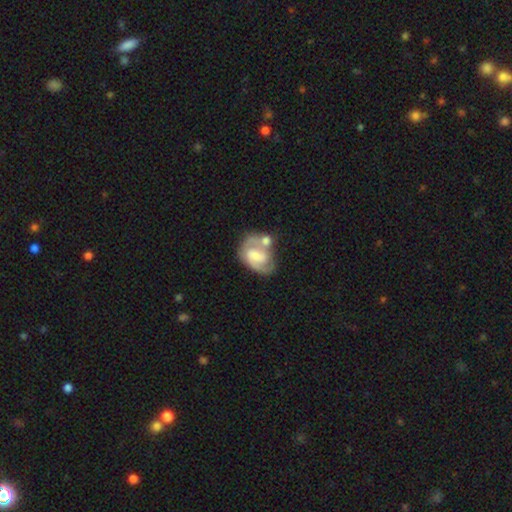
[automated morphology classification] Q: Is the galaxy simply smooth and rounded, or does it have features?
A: featured or disk — 73%.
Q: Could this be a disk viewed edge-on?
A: no — 97%.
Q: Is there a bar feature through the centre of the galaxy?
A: weak — 49%.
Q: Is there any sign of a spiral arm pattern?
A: yes — 87%.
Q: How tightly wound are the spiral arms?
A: medium — 46%.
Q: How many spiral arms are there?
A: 2 — 73%.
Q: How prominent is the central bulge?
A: small — 42%.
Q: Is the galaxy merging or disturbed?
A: none — 39%.